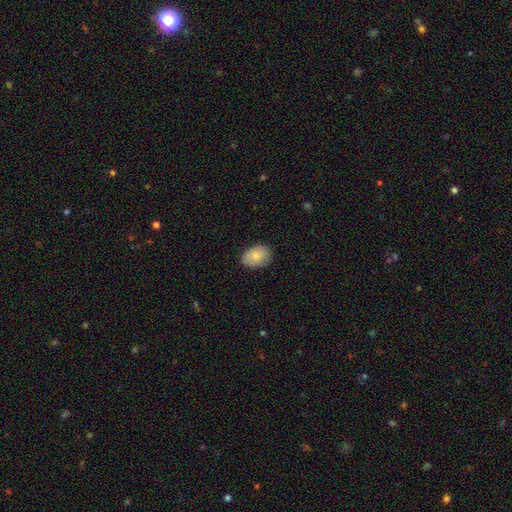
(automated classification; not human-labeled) The model was most divided on "how rounded": in between: 82%, round: 17%, cigar-shaped: 1%. More confident: smooth or featured — smooth (83%); merging — none (81%).